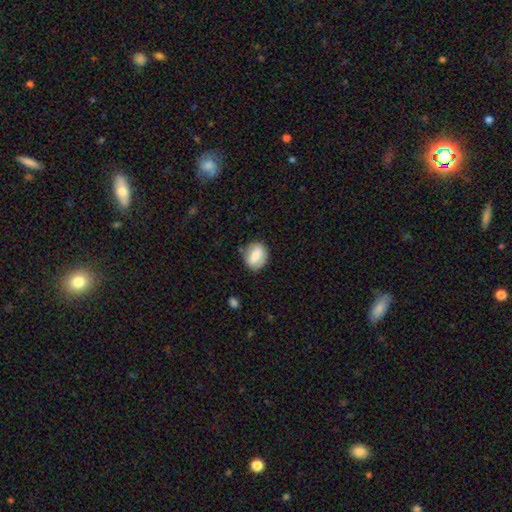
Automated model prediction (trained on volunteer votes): smooth-or-featured: smooth: 74% | featured or disk: 19% | star or artifact: 7%
  how-rounded: in between: 53% | round: 45% | cigar-shaped: 2%
  merging: none: 76% | minor disturbance: 17% | major disturbance: 4% | merger: 2%